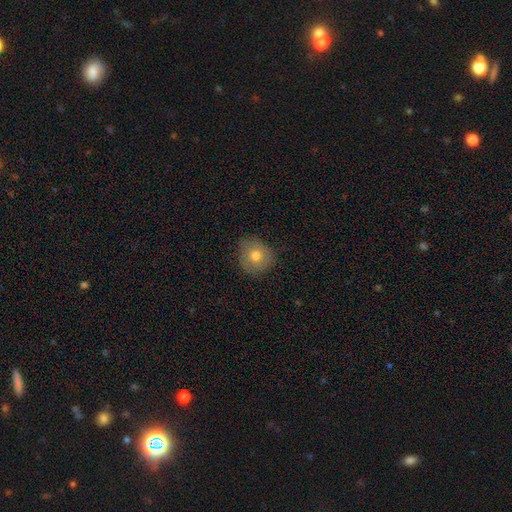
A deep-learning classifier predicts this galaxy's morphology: smooth-or-featured: smooth: 70% | featured or disk: 21% | star or artifact: 9%
  how-rounded: round: 83% | in between: 16% | cigar-shaped: 1%
  merging: none: 79% | minor disturbance: 16% | major disturbance: 4% | merger: 1%